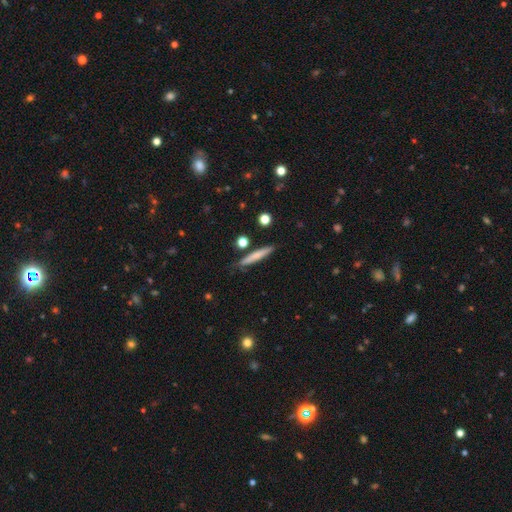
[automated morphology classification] Q: Smooth or featured?
A: smooth (67%); runner-up: featured or disk (26%)
Q: How rounded?
A: cigar-shaped (93%); runner-up: in between (5%)
Q: Merging?
A: none (82%); runner-up: minor disturbance (12%)